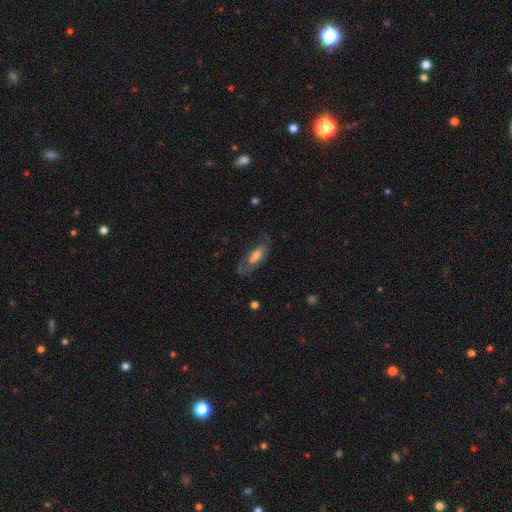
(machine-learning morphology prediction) Smooth or featured: smooth — 48% (featured or disk — 44%)
Merging: none — 50% (minor disturbance — 24%)